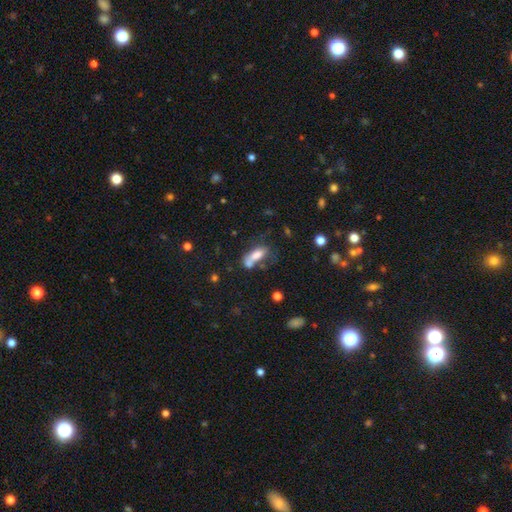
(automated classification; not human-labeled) Q: Smooth or featured?
A: smooth (70%); runner-up: featured or disk (20%)
Q: How rounded?
A: in between (75%); runner-up: cigar-shaped (21%)
Q: Merging?
A: merger (41%); runner-up: none (29%)